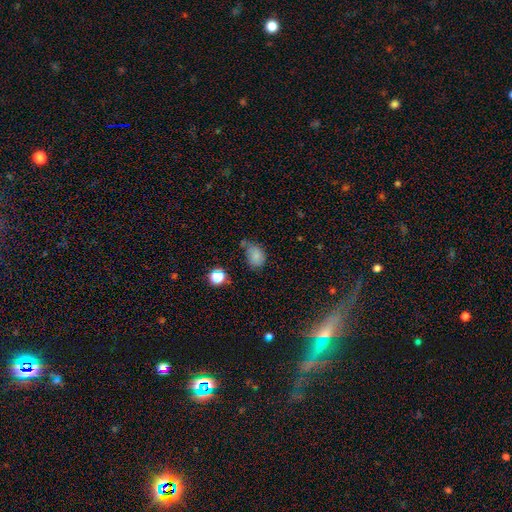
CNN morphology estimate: Smooth or featured: smooth — 77% (star or artifact — 13%)
How rounded: in between — 68% (round — 31%)
Merging: none — 52% (minor disturbance — 29%)